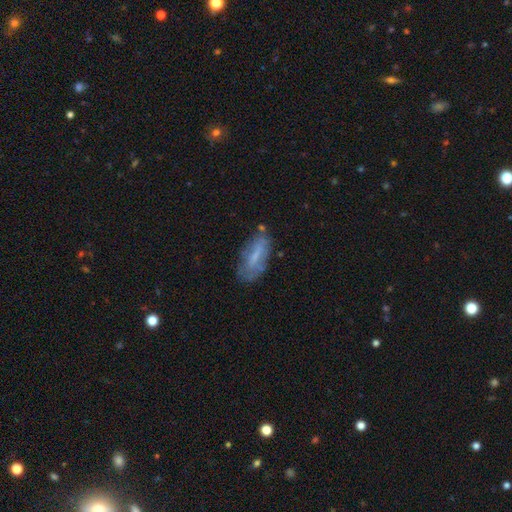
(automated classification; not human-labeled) Overall: smooth (51%; featured or disk 41%). How rounded: in between (73%). Merging: none (62%; minor disturbance 25%).